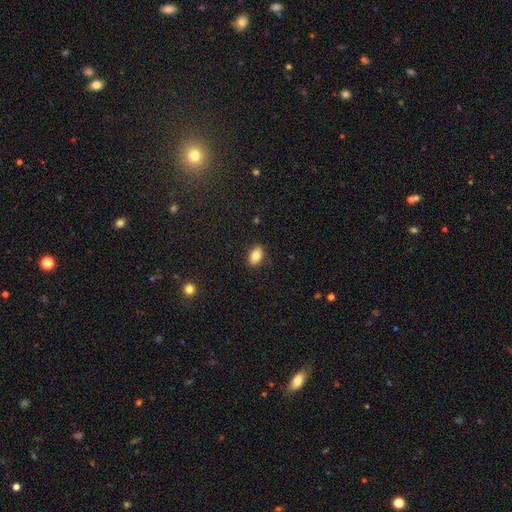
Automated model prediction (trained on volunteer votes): A smooth galaxy with no disk features (84%) that is in between round and cigar-shaped (89%).

Vote fractions:
- Smooth or featured? smooth: 84% / featured or disk: 8% / star or artifact: 8%
- How rounded? in between: 89% / round: 9% / cigar-shaped: 2%
- Merging? none: 87% / minor disturbance: 9% / major disturbance: 2% / merger: 1%